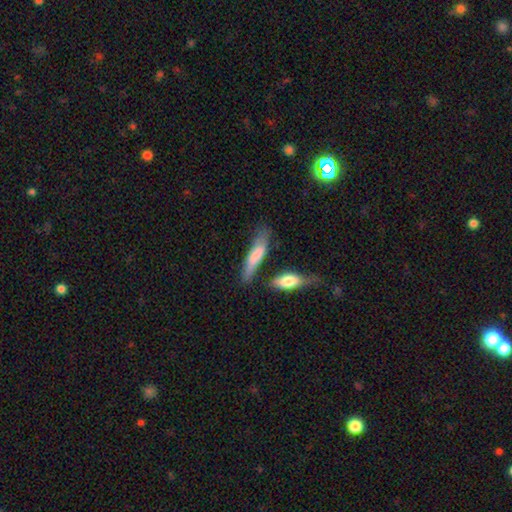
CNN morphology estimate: smooth 72%, featured or disk 22%, star or artifact 6%. Down the decision tree: how rounded — cigar-shaped (71%); merging — none (54%).